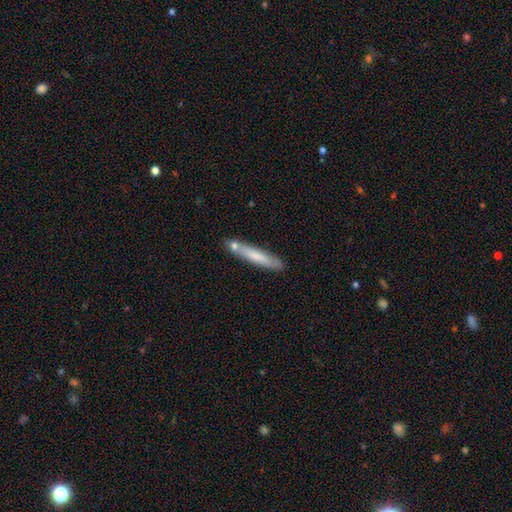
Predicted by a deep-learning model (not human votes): Overall: smooth (68%). How rounded: cigar-shaped (93%). Merging: none (73%).